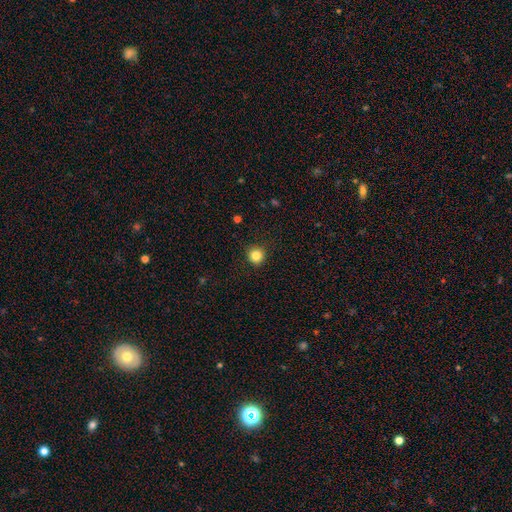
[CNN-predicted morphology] Smooth or featured? smooth (84%)
How rounded? round (94%)
Merging? none (91%)